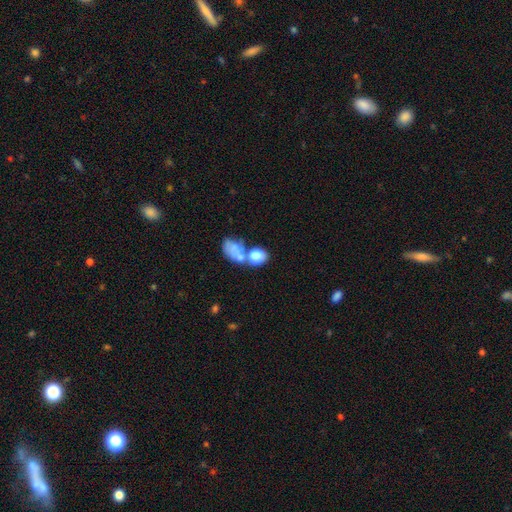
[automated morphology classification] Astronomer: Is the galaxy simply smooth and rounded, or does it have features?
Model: smooth — 76%.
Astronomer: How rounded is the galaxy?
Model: in between — 68%.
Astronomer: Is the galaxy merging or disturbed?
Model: merger — 57%.